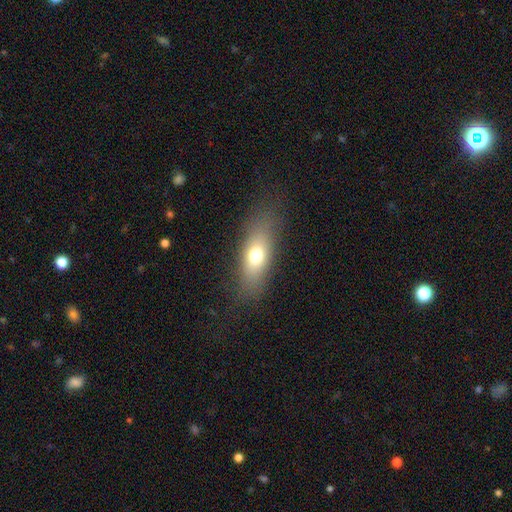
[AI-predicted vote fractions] A smooth galaxy with no disk features (68%) that is in between round and cigar-shaped (73%). Merging: none (79%).